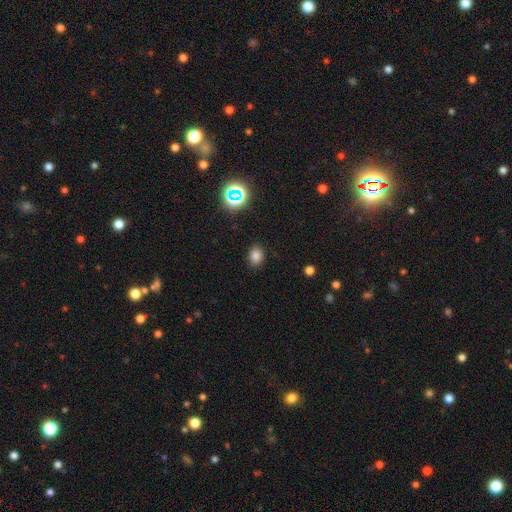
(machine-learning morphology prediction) smooth-or-featured: smooth: 78% | star or artifact: 16% | featured or disk: 6%
  how-rounded: in between: 65% | round: 34% | cigar-shaped: 1%
  merging: none: 87% | minor disturbance: 9% | major disturbance: 3% | merger: 1%